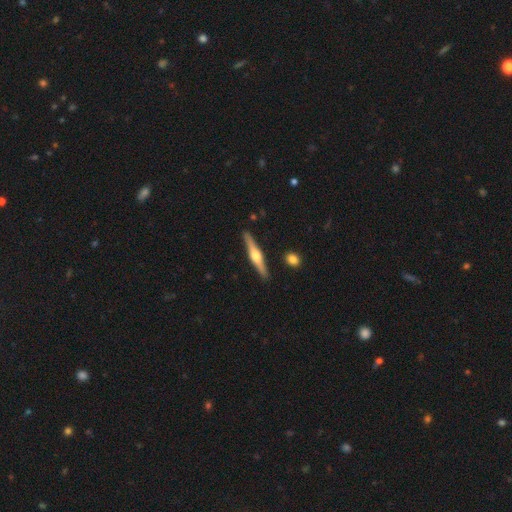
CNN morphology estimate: A featured or disk galaxy (70%) viewed edge-on (97%) with a rounded central bulge (92%).

Vote fractions:
- Smooth or featured? featured or disk: 70% / smooth: 25% / star or artifact: 5%
- Edge-on disk? yes: 97% / no: 3%
- Edge-on bulge? rounded: 92% / boxy: 5% / none: 3%
- Merging? none: 90% / minor disturbance: 7% / merger: 2% / major disturbance: 1%